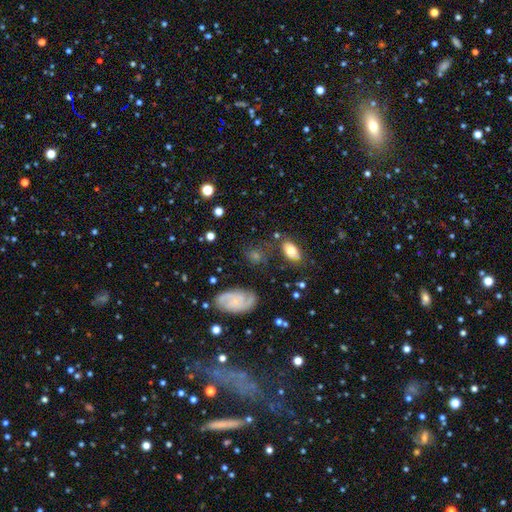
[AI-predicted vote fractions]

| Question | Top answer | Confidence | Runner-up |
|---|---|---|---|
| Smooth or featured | smooth | 43% | featured or disk (35%) |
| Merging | none | 70% | minor disturbance (16%) |